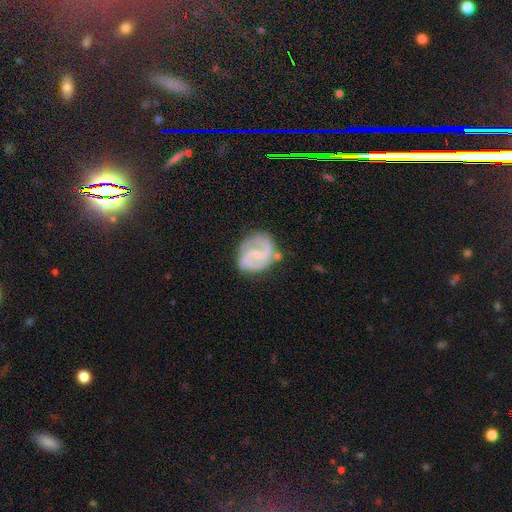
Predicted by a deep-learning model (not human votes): A featured or disk galaxy (87%) with a weak bar (52%), 2 (82%) medium (56%) spiral arms (97%) and a small central bulge (65%). Merging: none (67%).